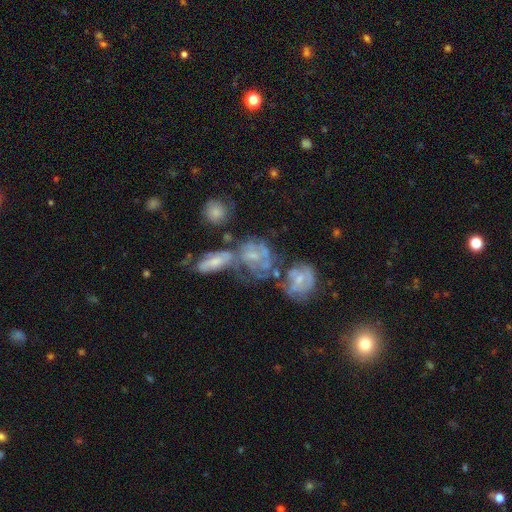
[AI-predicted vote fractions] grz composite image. It shows a featured or disk galaxy (59%) with no bar (68%), spiral arms (59%) and a small central bulge (38%). Merging: merger (51%).